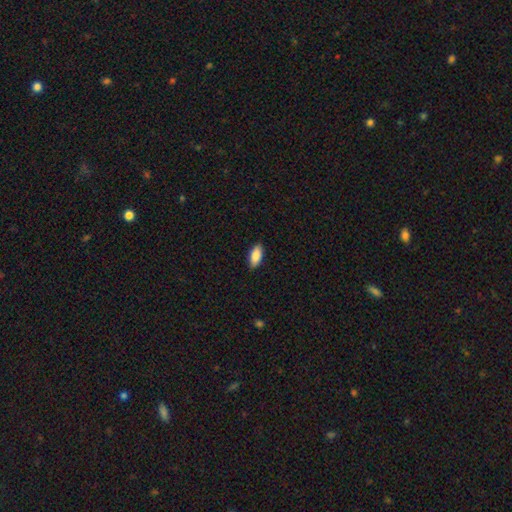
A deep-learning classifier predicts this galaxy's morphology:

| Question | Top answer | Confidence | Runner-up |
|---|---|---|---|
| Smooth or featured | smooth | 89% | star or artifact (6%) |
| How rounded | in between | 90% | cigar-shaped (8%) |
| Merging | none | 89% | minor disturbance (9%) |